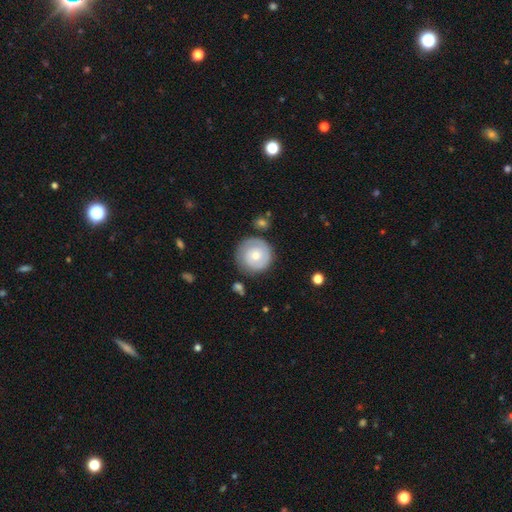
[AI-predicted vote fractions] smooth_or_featured: smooth (p=0.49) [alt: featured or disk p=0.45]
merging: none (p=0.79) [alt: minor disturbance p=0.14]